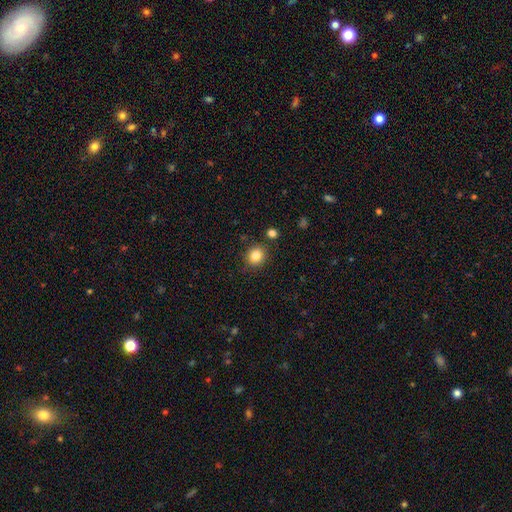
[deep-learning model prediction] Smooth or featured: smooth — 83% (star or artifact — 11%)
How rounded: round — 83% (in between — 16%)
Merging: none — 86% (minor disturbance — 8%)